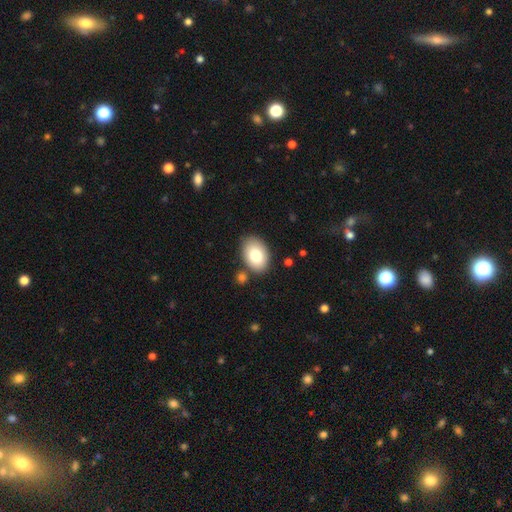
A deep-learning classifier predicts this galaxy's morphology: Smooth or featured?
  - smooth: 80% *
  - featured or disk: 13%
  - star or artifact: 7%
How rounded?
  - in between: 87% *
  - round: 12%
  - cigar-shaped: 1%
Merging?
  - none: 79% *
  - minor disturbance: 12%
  - merger: 6%
  - major disturbance: 3%